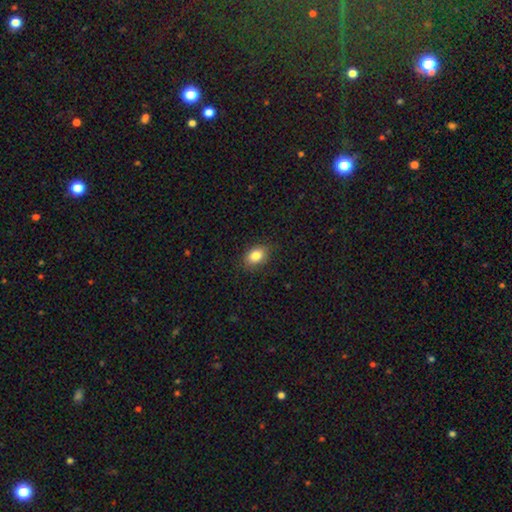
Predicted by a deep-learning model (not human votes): A smooth galaxy with no disk features (83%) that is in between round and cigar-shaped (80%). Merging: none (85%).